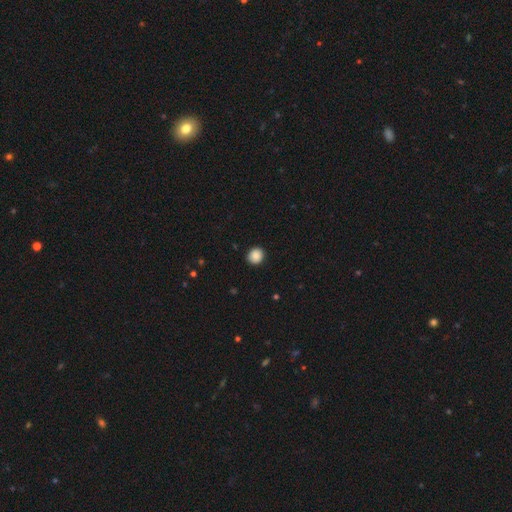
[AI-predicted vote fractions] Smooth or featured? Predicted: smooth (p=0.88). How rounded? Predicted: round (p=0.87). Merging? Predicted: none (p=0.91).